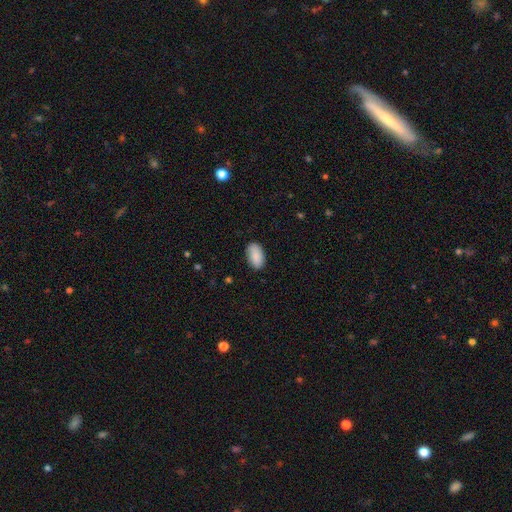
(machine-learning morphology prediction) This is clearly a smooth galaxy (89%). How rounded: clearly in between (94%). Merging: clearly none (85%).